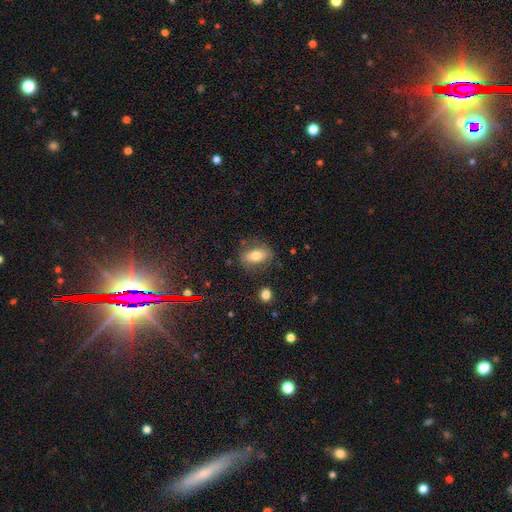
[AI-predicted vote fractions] Q: Smooth or featured?
A: smooth (70%); runner-up: featured or disk (21%)
Q: How rounded?
A: in between (85%); runner-up: round (11%)
Q: Merging?
A: none (74%); runner-up: minor disturbance (17%)